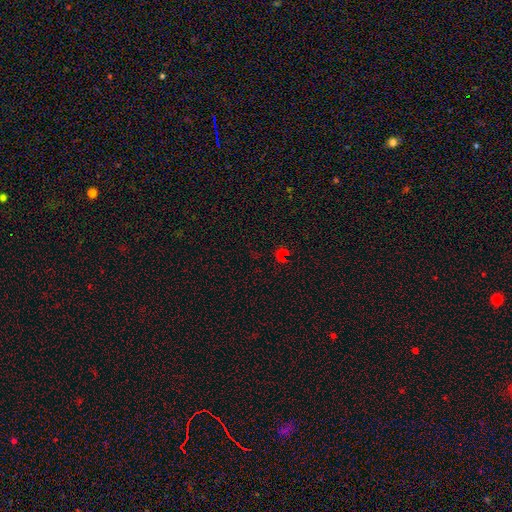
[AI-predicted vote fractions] Smooth or featured: star or artifact — 54% (smooth — 39%)